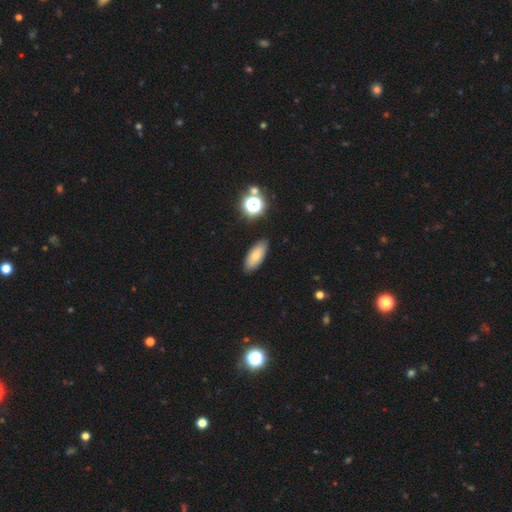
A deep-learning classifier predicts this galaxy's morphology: A smooth galaxy with no disk features (77%) that is in between round and cigar-shaped (82%).

Vote fractions:
- Smooth or featured? smooth: 77% / featured or disk: 14% / star or artifact: 9%
- How rounded? in between: 82% / cigar-shaped: 14% / round: 3%
- Merging? none: 87% / minor disturbance: 9% / major disturbance: 2% / merger: 2%